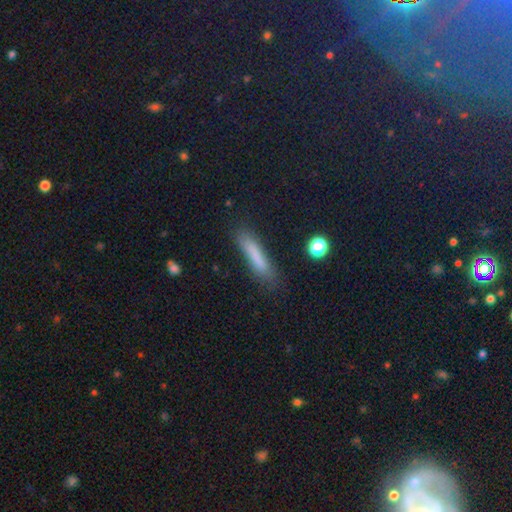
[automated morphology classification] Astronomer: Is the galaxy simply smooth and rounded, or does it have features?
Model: smooth — 78%.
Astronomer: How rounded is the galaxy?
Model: cigar-shaped — 88%.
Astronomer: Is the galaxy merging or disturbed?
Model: none — 77%.